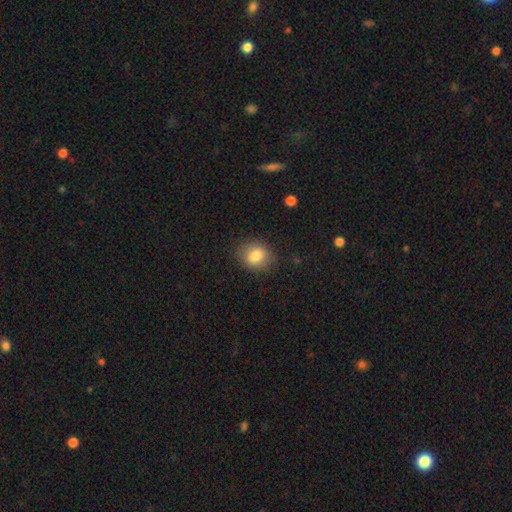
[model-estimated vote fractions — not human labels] A smooth galaxy with no disk features (82%) that is round (64%).

Vote fractions:
- Smooth or featured? smooth: 82% / star or artifact: 9% / featured or disk: 9%
- How rounded? round: 64% / in between: 35% / cigar-shaped: 1%
- Merging? none: 84% / minor disturbance: 11% / major disturbance: 3% / merger: 1%